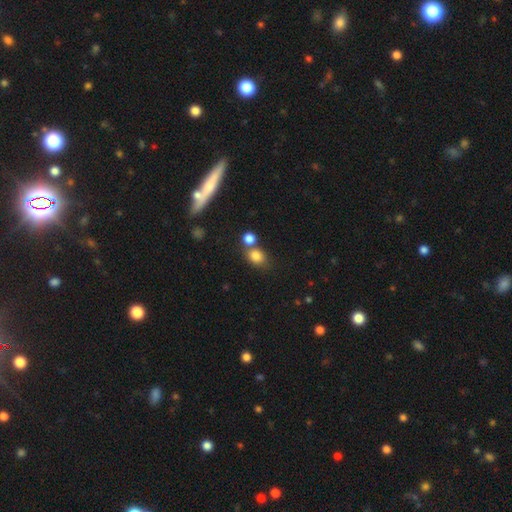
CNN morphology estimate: Overall: smooth (81%). How rounded: round (53%; in between 45%). Merging: none (52%; merger 32%).